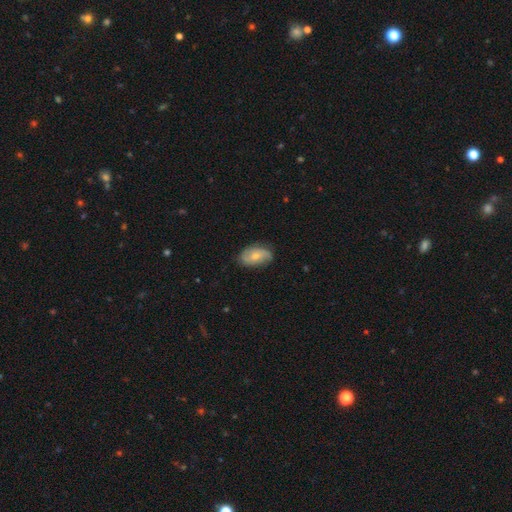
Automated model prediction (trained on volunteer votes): A featured or disk galaxy (52%).

Vote fractions:
- Smooth or featured? featured or disk: 52% / smooth: 41% / star or artifact: 7%
- Edge-on disk? no: 95% / yes: 5%
- Merging? none: 72% / minor disturbance: 21% / major disturbance: 5% / merger: 1%